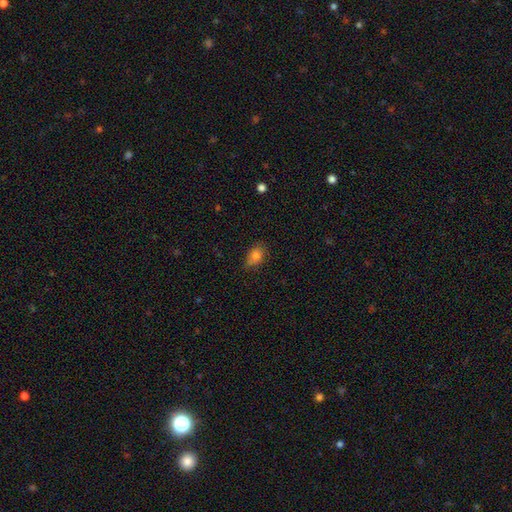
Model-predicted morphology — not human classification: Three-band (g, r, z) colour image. It shows a smooth galaxy with no disk features (80%) that is in between round and cigar-shaped (79%). Merging: none (64%).